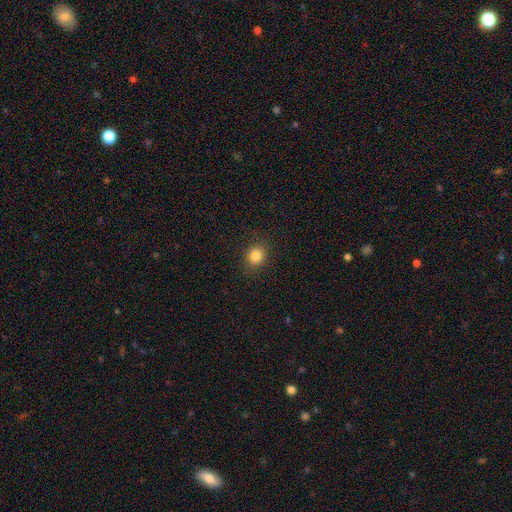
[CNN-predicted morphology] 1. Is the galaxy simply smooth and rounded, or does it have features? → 84% smooth, 11% star or artifact, 5% featured or disk.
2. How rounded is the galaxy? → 69% round, 30% in between, 1% cigar-shaped.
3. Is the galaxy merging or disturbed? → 88% none, 8% minor disturbance, 3% major disturbance, 1% merger.